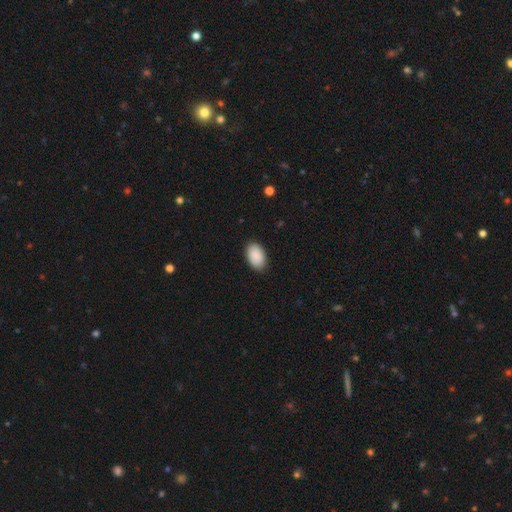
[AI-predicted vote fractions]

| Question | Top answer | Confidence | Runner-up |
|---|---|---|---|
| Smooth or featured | smooth | 91% | star or artifact (6%) |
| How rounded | in between | 93% | round (6%) |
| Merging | none | 88% | minor disturbance (9%) |